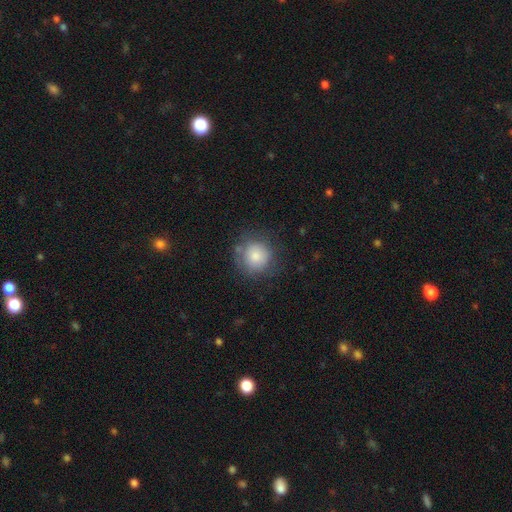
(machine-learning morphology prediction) This is clearly a smooth galaxy (80%). How rounded: clearly round (91%). Merging: likely none (70%).